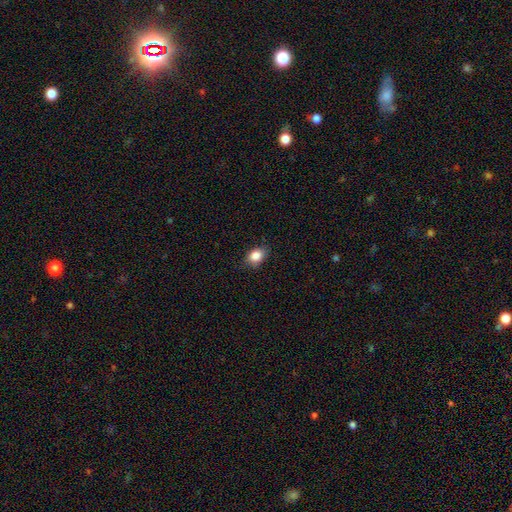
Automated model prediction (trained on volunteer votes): Smooth or featured?
  - smooth: 85% *
  - star or artifact: 9%
  - featured or disk: 6%
How rounded?
  - in between: 69% *
  - round: 30%
  - cigar-shaped: 2%
Merging?
  - none: 81% *
  - minor disturbance: 15%
  - major disturbance: 3%
  - merger: 1%